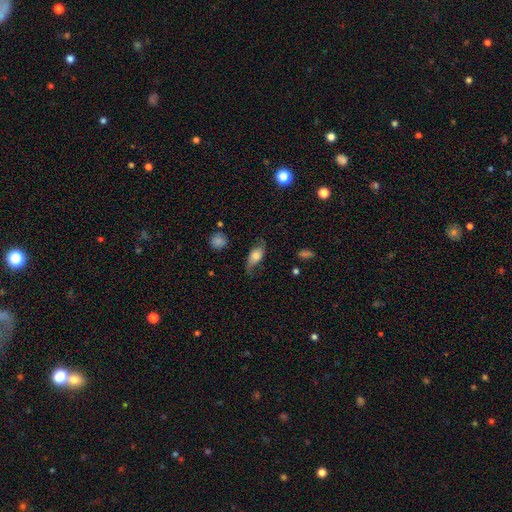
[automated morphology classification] Smooth or featured? smooth (47%)
Merging? none (55%)